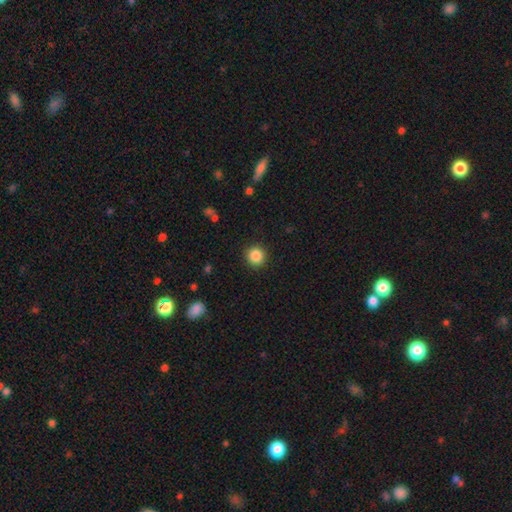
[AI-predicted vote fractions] Smooth or featured: smooth — 87% (star or artifact — 10%)
How rounded: round — 93% (in between — 6%)
Merging: none — 91% (minor disturbance — 6%)